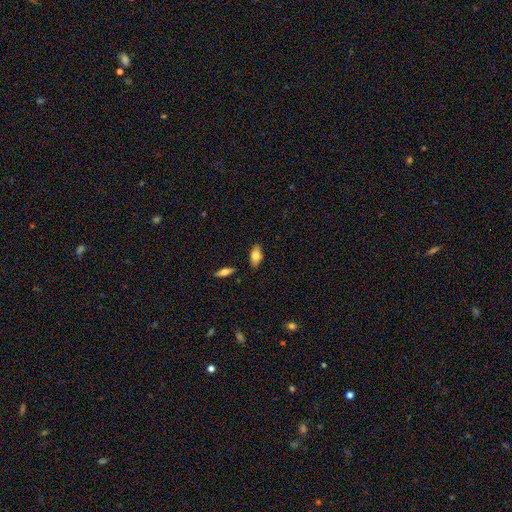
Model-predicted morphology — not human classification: The model was most divided on "smooth or featured": smooth: 74%, featured or disk: 19%, star or artifact: 7%. More confident: how rounded — in between (88%); merging — none (84%).